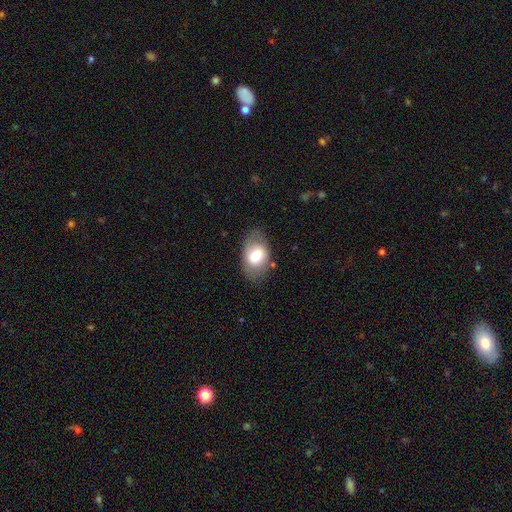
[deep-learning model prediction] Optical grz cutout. It shows a smooth galaxy with no disk features (67%) that is in between round and cigar-shaped (88%). Merging: none (76%).